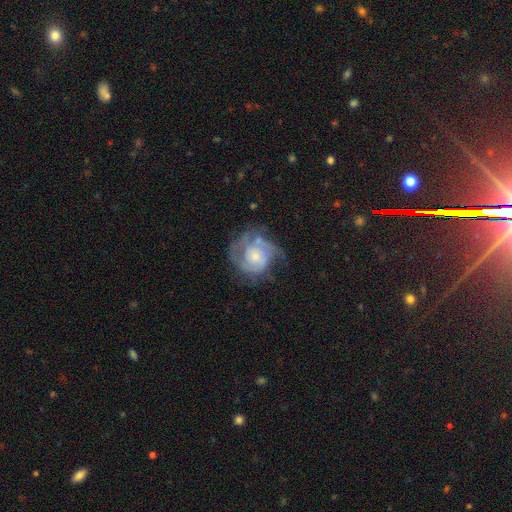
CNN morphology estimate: featured or disk 76%, smooth 18%, star or artifact 6%. Down the decision tree: edge-on disk — no (98%); bar — no (75%); spiral arms — yes (85%); spiral arm count — 2 (38%); spiral winding — tight (47%); bulge size — moderate (43%); merging — none (49%).